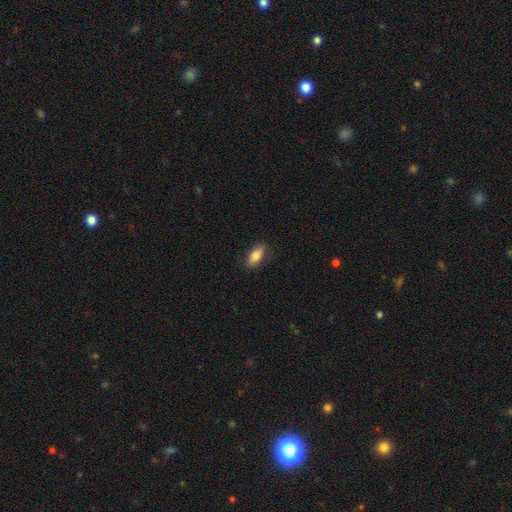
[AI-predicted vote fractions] This appears to be a smooth galaxy with no disk features (79%) that is in between round and cigar-shaped (81%). Merging: none (84%).